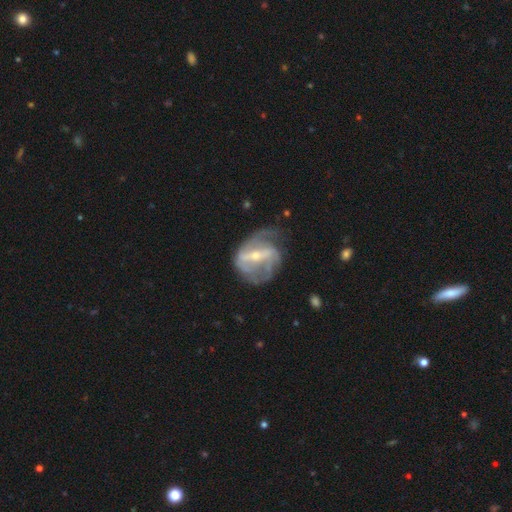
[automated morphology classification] type=featured or disk (83%); edge-on=no (96%); bar=strong (59%); spiral arms=yes (85%); winding=medium (43%); arm count=2 (58%); bulge=small (61%); merging=none (48%).